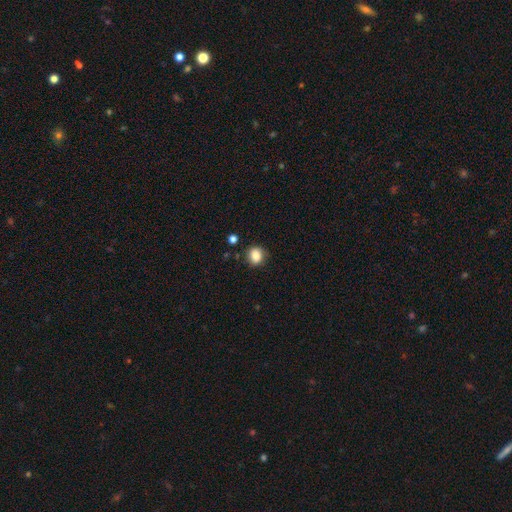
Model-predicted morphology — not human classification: Smooth or featured: smooth — 84% (star or artifact — 10%)
How rounded: round — 72% (in between — 27%)
Merging: none — 82% (minor disturbance — 13%)